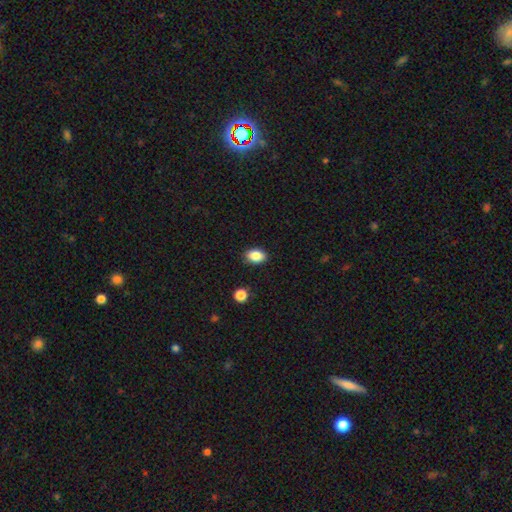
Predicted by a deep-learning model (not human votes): Q: Smooth or featured?
A: smooth (87%); runner-up: star or artifact (9%)
Q: How rounded?
A: in between (81%); runner-up: round (18%)
Q: Merging?
A: none (87%); runner-up: minor disturbance (9%)